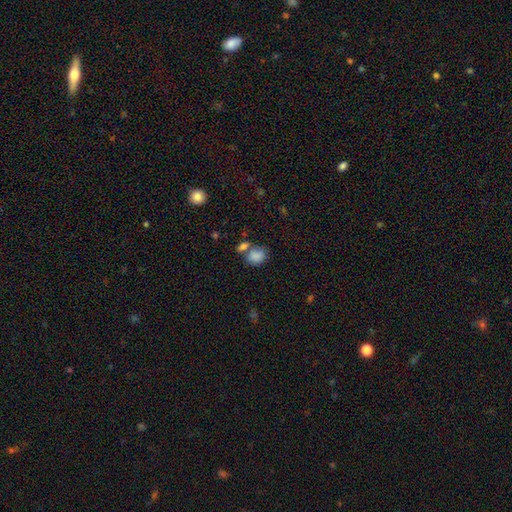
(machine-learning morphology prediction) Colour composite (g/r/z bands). It shows a smooth galaxy with no disk features (84%) that is in between round and cigar-shaped (58%). Merging: none (45%).